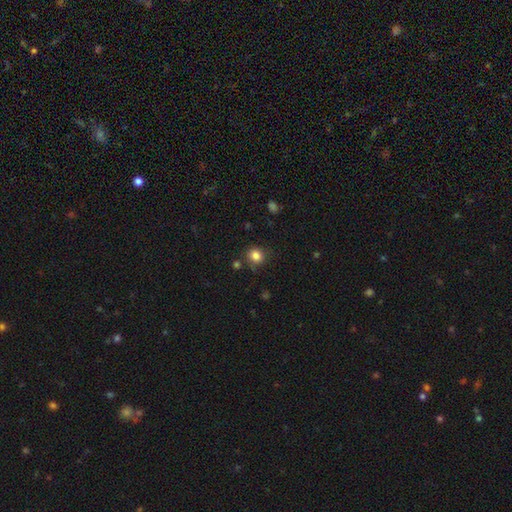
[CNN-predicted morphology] Smooth or featured: smooth — 83% (star or artifact — 12%)
How rounded: round — 80% (in between — 20%)
Merging: none — 81% (minor disturbance — 12%)